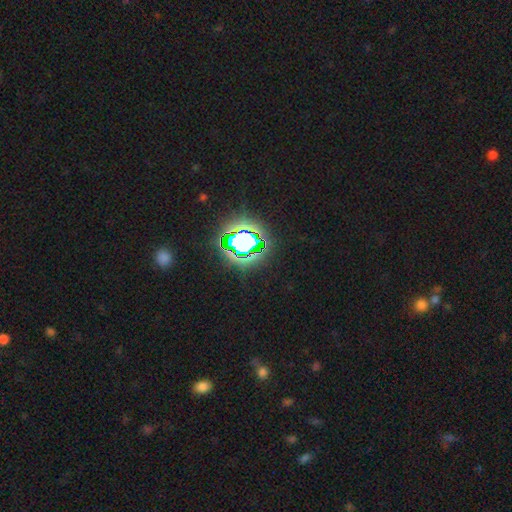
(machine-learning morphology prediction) Smooth or featured? star or artifact (81%)